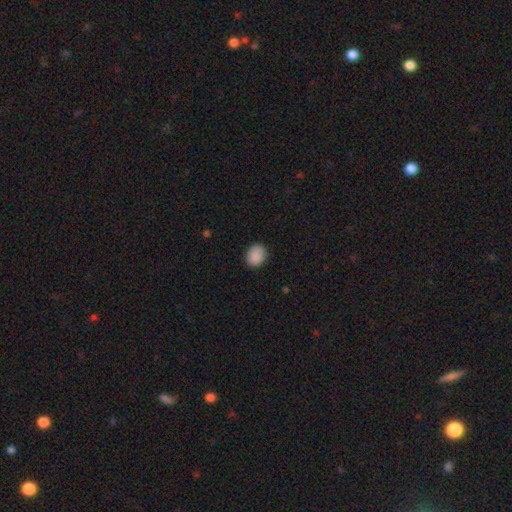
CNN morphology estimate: smooth 89%, star or artifact 8%, featured or disk 3%. Down the decision tree: how rounded — round (56%); merging — none (87%).